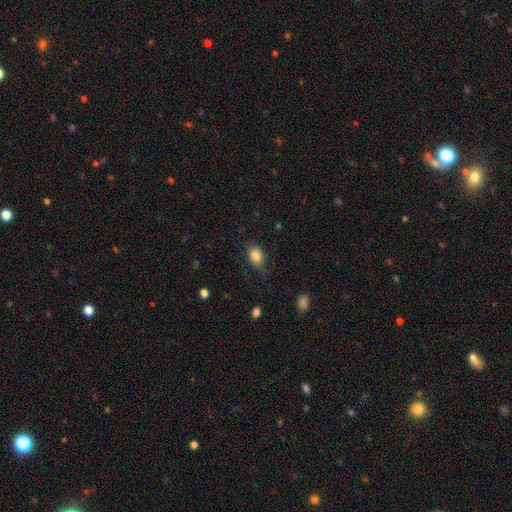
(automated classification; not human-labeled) A smooth galaxy with no disk features (83%) that is in between round and cigar-shaped (80%). Merging: none (70%).